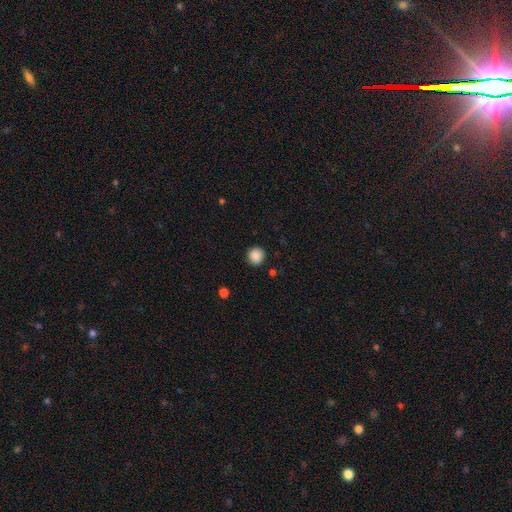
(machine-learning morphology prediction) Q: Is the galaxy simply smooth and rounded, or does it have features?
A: smooth — 88%.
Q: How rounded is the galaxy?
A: round — 92%.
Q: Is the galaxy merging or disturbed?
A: none — 90%.